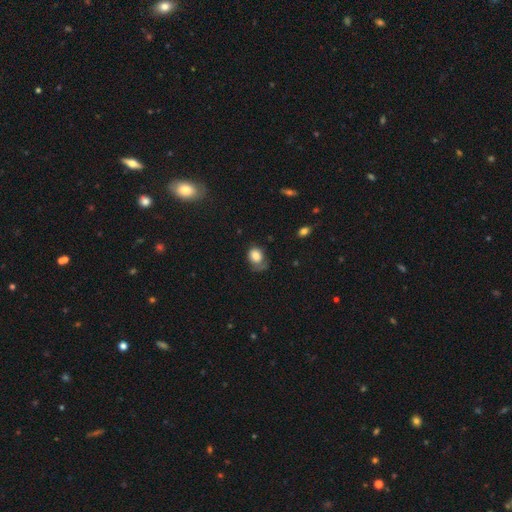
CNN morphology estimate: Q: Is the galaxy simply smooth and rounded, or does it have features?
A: smooth — 77%.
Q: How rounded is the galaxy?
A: in between — 52%.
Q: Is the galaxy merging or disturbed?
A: none — 41%.